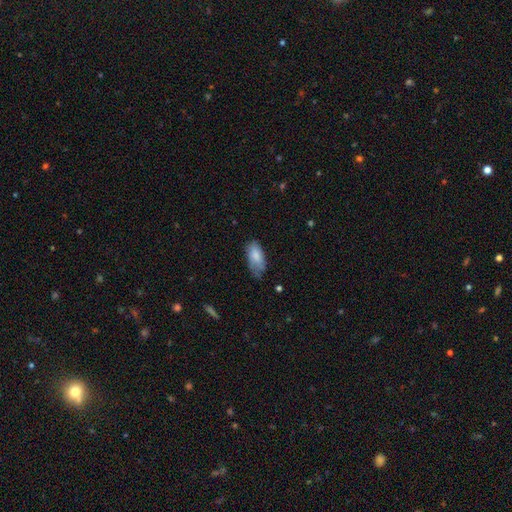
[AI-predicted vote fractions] This is clearly a smooth galaxy (81%). How rounded: clearly in between (91%). Merging: possibly none (52%).